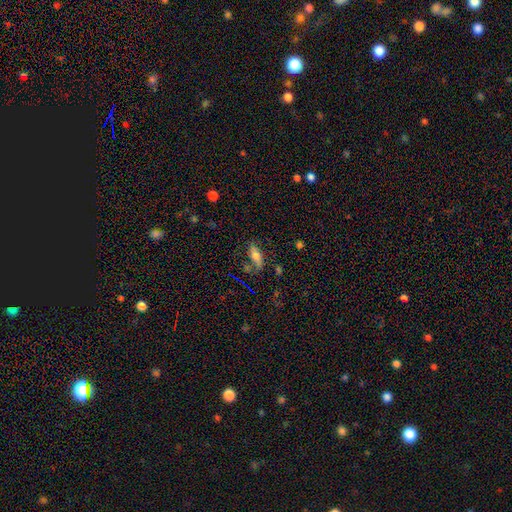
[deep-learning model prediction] Smooth or featured? smooth (59%)
How rounded? in between (72%)
Merging? none (64%)